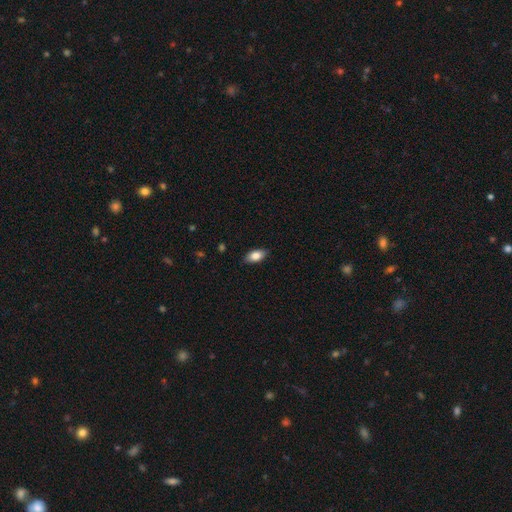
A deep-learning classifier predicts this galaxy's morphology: A smooth galaxy with no disk features (83%) that is in between round and cigar-shaped (91%). Merging: none (87%).